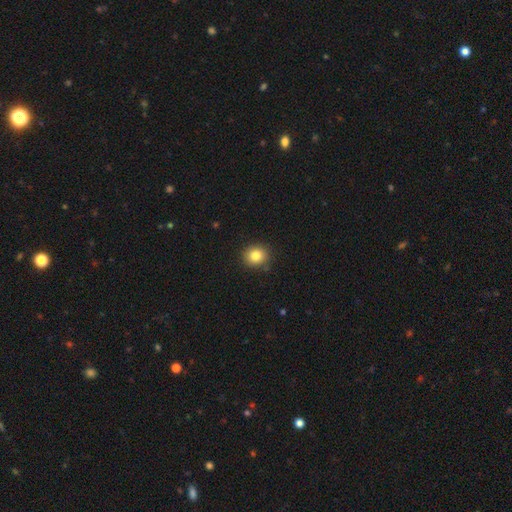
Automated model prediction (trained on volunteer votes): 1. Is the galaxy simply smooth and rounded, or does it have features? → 83% smooth, 10% star or artifact, 7% featured or disk.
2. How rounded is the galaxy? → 79% round, 20% in between, 1% cigar-shaped.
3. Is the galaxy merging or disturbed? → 89% none, 7% minor disturbance, 2% major disturbance, 1% merger.